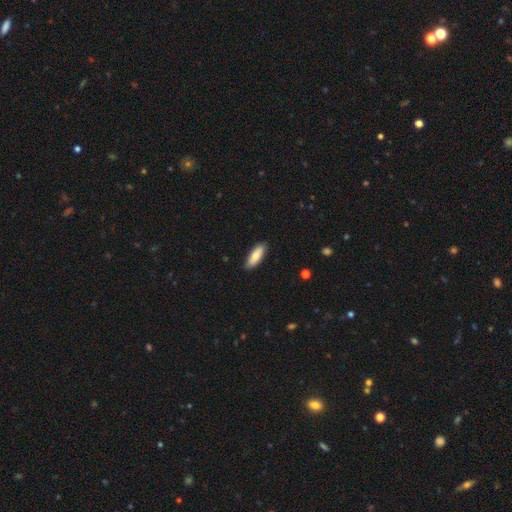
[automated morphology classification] type=smooth (81%); roundness=in between (65%); merging=none (87%).